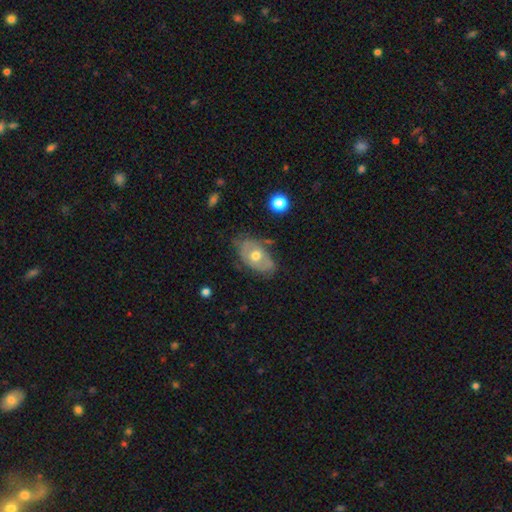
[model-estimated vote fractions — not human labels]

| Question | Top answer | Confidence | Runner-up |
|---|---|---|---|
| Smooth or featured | featured or disk | 51% | smooth (42%) |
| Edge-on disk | no | 90% | yes (10%) |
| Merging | none | 62% | minor disturbance (27%) |